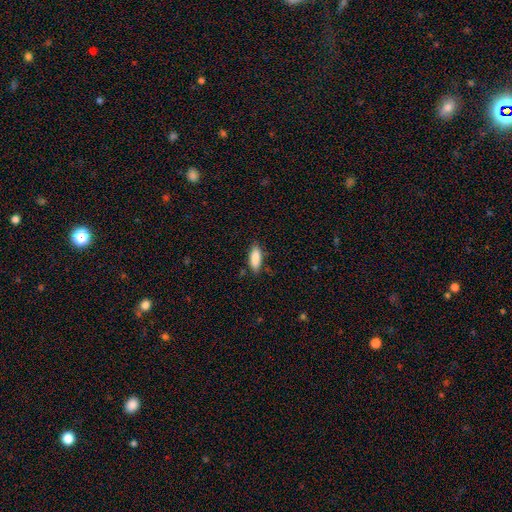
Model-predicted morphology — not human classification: A smooth galaxy with no disk features (88%) that is in between round and cigar-shaped (71%).

Vote fractions:
- Smooth or featured? smooth: 88% / star or artifact: 6% / featured or disk: 6%
- How rounded? in between: 71% / cigar-shaped: 27% / round: 2%
- Merging? none: 80% / minor disturbance: 16% / major disturbance: 3% / merger: 2%